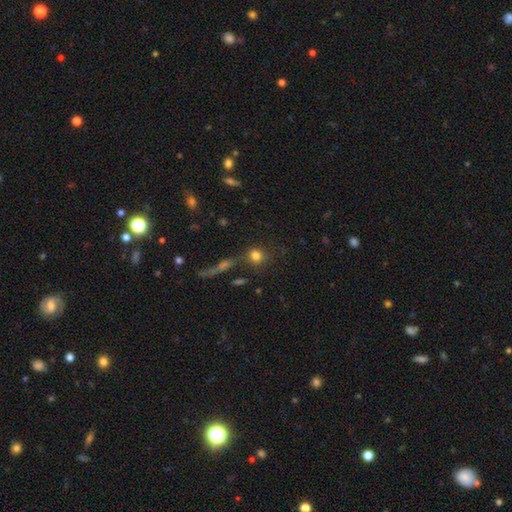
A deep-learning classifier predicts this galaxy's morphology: Smooth or featured: smooth — 80% (star or artifact — 12%)
How rounded: round — 84% (in between — 14%)
Merging: none — 70% (merger — 12%)